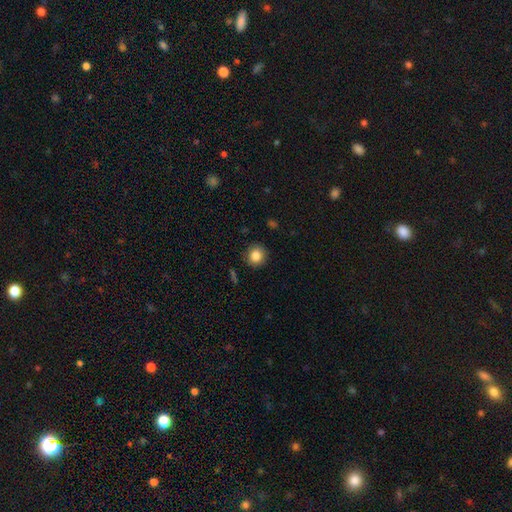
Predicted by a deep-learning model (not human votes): Smooth or featured: smooth — 85% (star or artifact — 9%)
How rounded: round — 89% (in between — 10%)
Merging: none — 89% (minor disturbance — 8%)